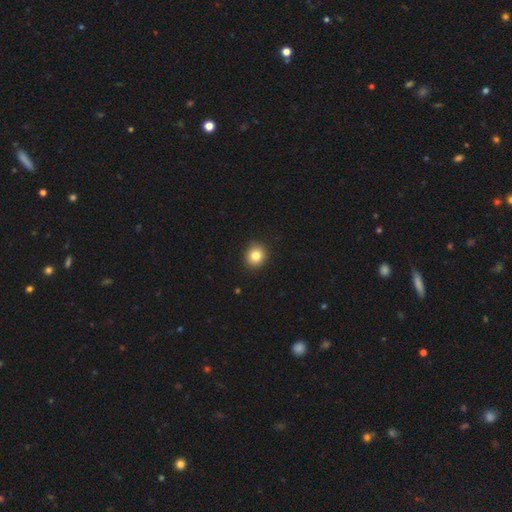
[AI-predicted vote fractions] Smooth or featured? Predicted: smooth (p=0.82). How rounded? Predicted: round (p=0.82). Merging? Predicted: none (p=0.89).